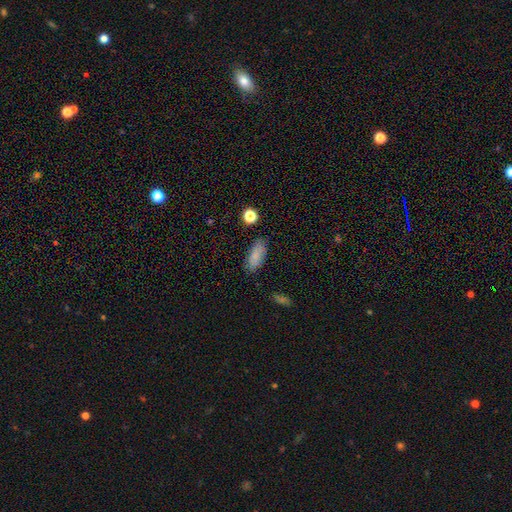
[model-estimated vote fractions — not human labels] smooth_or_featured: smooth (p=0.84) [alt: star or artifact p=0.08]
how_rounded: in between (p=0.84) [alt: cigar-shaped p=0.14]
merging: none (p=0.80) [alt: minor disturbance p=0.14]